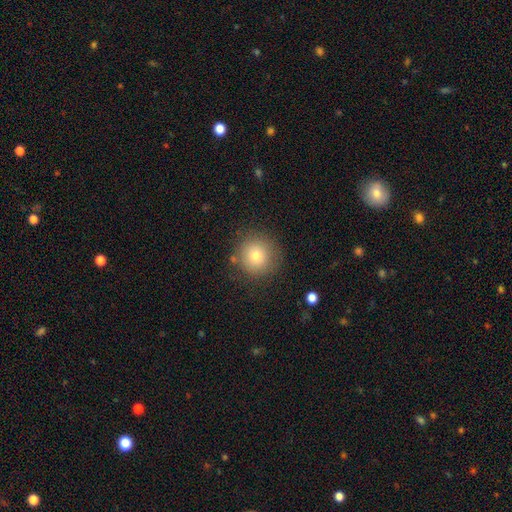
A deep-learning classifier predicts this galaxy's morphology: Smooth or featured? smooth (76%)
How rounded? round (94%)
Merging? none (84%)